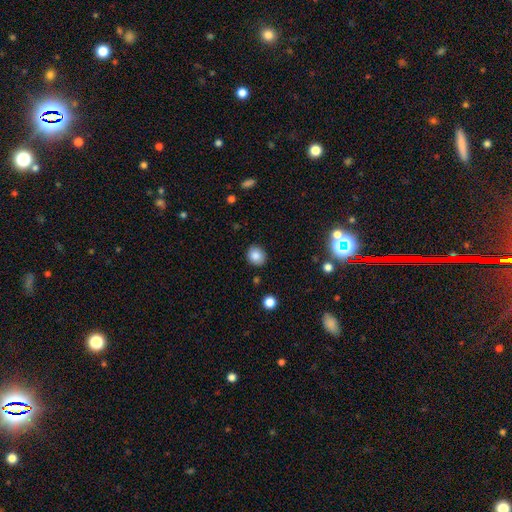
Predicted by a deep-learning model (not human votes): Smooth or featured: smooth — 84% (star or artifact — 10%)
How rounded: round — 69% (in between — 30%)
Merging: none — 88% (minor disturbance — 8%)